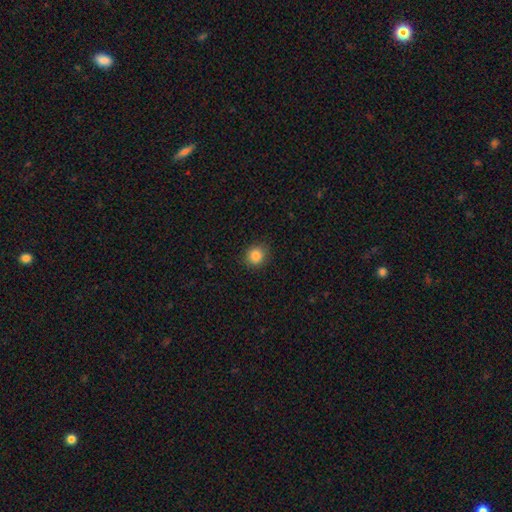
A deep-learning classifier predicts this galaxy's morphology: Smooth or featured: smooth — 85% (star or artifact — 10%)
How rounded: round — 86% (in between — 13%)
Merging: none — 89% (minor disturbance — 7%)